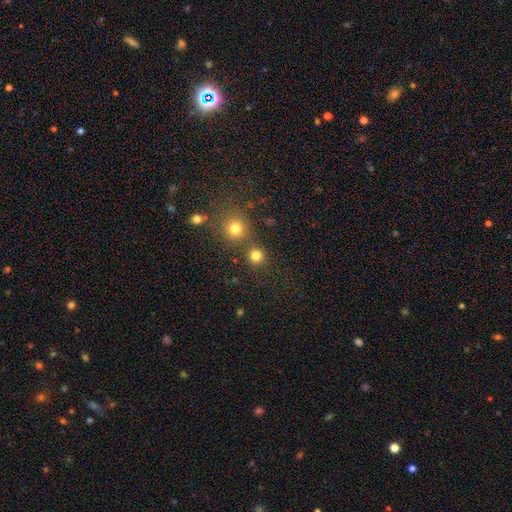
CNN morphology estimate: Smooth or featured? smooth (80%)
How rounded? round (93%)
Merging? none (77%)